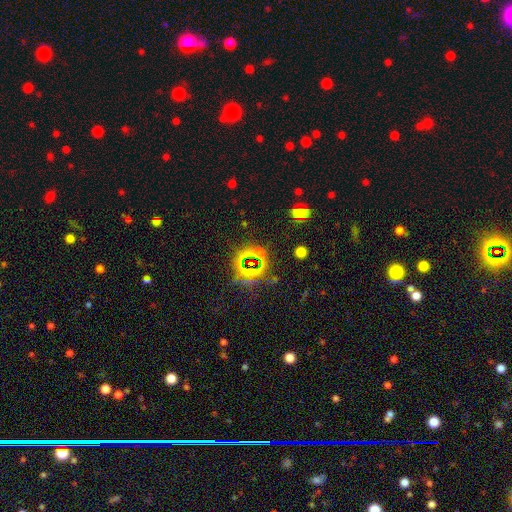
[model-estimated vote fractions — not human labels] Smooth or featured: star or artifact — 69% (smooth — 21%)